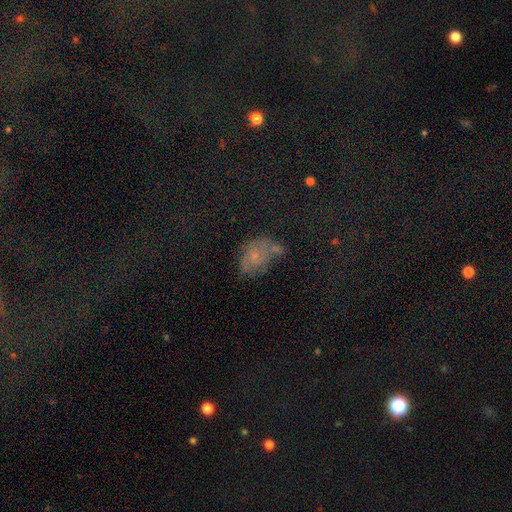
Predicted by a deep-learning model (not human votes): smooth_or_featured: smooth (p=0.46) [alt: featured or disk p=0.30]
merging: none (p=0.38) [alt: minor disturbance p=0.26]